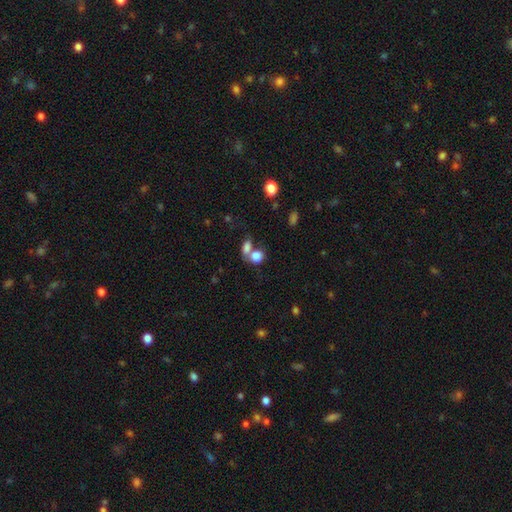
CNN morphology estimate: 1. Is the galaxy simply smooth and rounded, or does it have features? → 80% smooth, 10% star or artifact, 9% featured or disk.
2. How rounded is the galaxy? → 51% round, 47% in between, 2% cigar-shaped.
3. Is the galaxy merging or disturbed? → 52% merger, 34% none, 9% minor disturbance, 6% major disturbance.